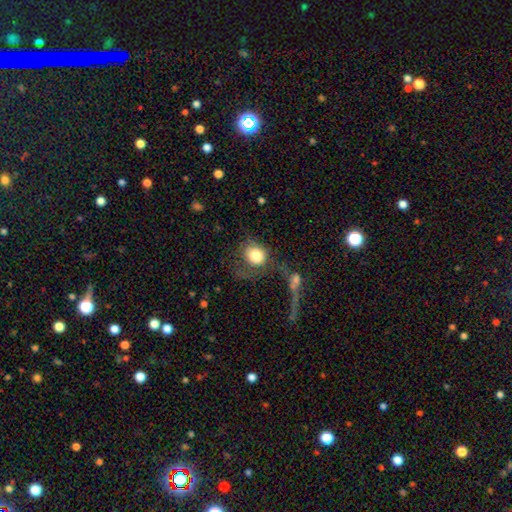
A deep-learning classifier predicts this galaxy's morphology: smooth_or_featured: smooth (p=0.76) [alt: featured or disk p=0.15]
how_rounded: round (p=0.75) [alt: in between p=0.24]
merging: none (p=0.32) [tied with: major disturbance p=0.32]